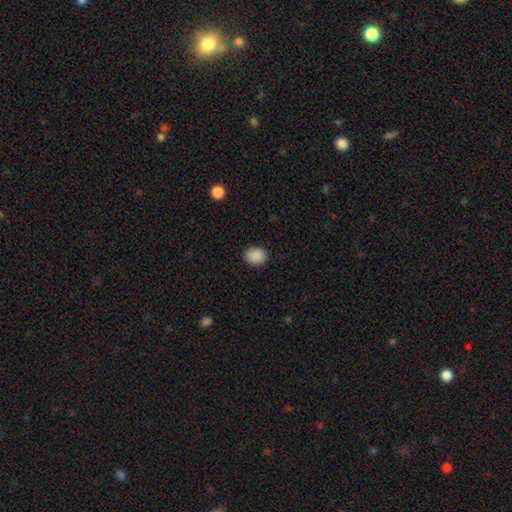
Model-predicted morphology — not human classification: This is clearly a smooth galaxy (89%). How rounded: likely round (64%). Merging: clearly none (88%).